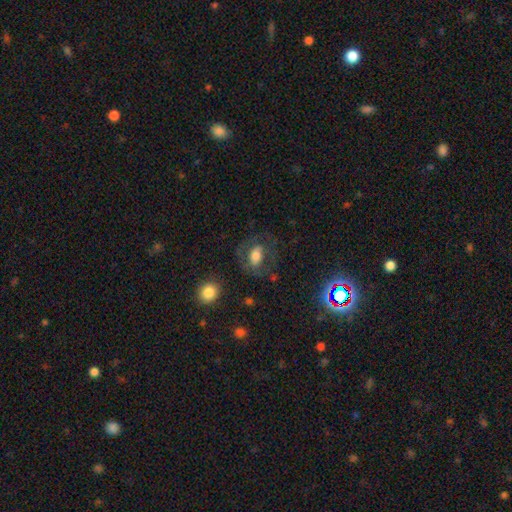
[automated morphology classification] type=smooth (54%); roundness=in between (71%); merging=none (63%).